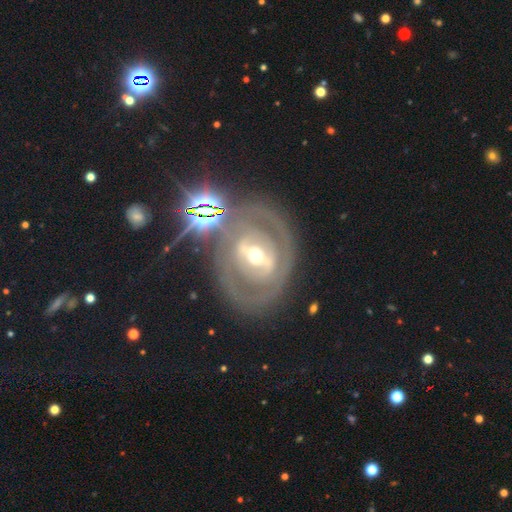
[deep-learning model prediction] Overall: featured or disk (79%). Edge-on disk: no (94%). Bar: strong (52%; weak 32%). Spiral arms: yes (55%; no 45%). Bulge size: moderate (59%; small 35%). Merging: none (68%).